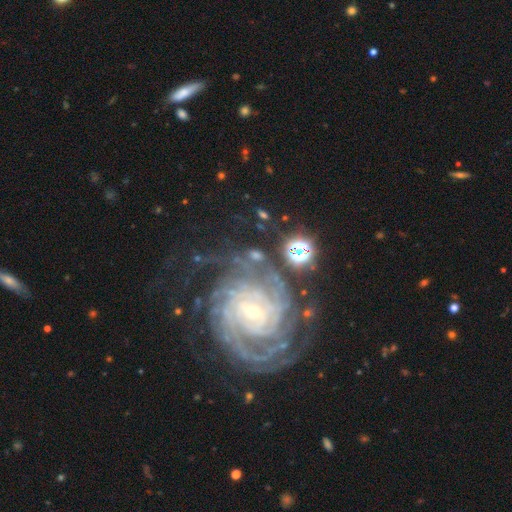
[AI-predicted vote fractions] The model was most divided on "spiral arm count": can't tell: 32%, more than 4: 23%, 4: 17%, 3: 12%, 2: 10%, 1: 7%. More confident: edge-on disk — no (97%); spiral arms — yes (93%); smooth or featured — featured or disk (76%); bulge size — small (72%); spiral winding — tight (70%); merging — none (60%); bar — no (56%).